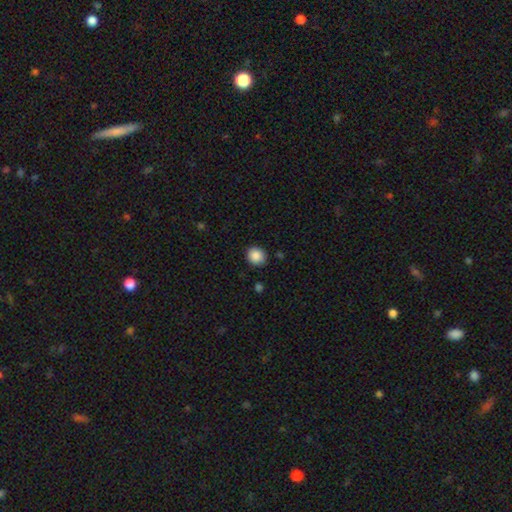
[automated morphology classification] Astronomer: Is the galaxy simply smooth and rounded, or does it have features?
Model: smooth — 88%.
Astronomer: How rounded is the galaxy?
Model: round — 80%.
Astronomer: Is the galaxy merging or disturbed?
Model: none — 87%.